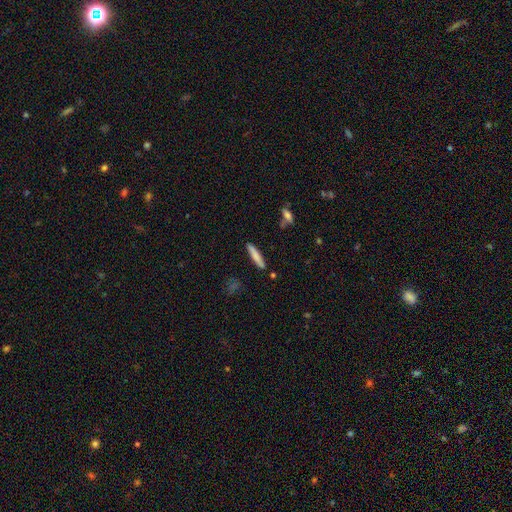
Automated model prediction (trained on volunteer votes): Smooth or featured?
  - smooth: 74% *
  - featured or disk: 20%
  - star or artifact: 6%
How rounded?
  - cigar-shaped: 91% *
  - in between: 8%
  - round: 1%
Merging?
  - none: 86% *
  - minor disturbance: 9%
  - merger: 3%
  - major disturbance: 2%